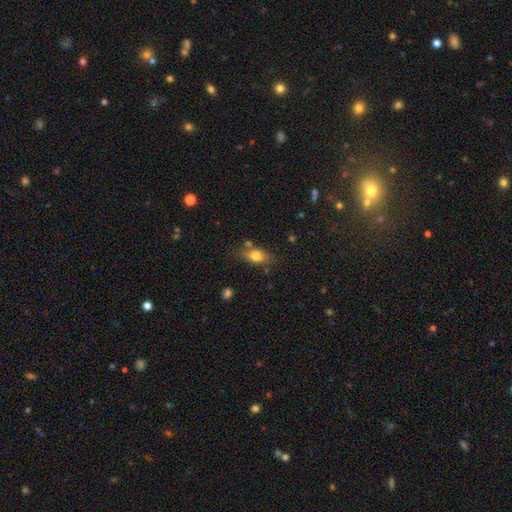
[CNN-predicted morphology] smooth_or_featured: smooth (p=0.78) [alt: featured or disk p=0.13]
how_rounded: in between (p=0.79) [alt: round p=0.15]
merging: none (p=0.71) [alt: minor disturbance p=0.17]